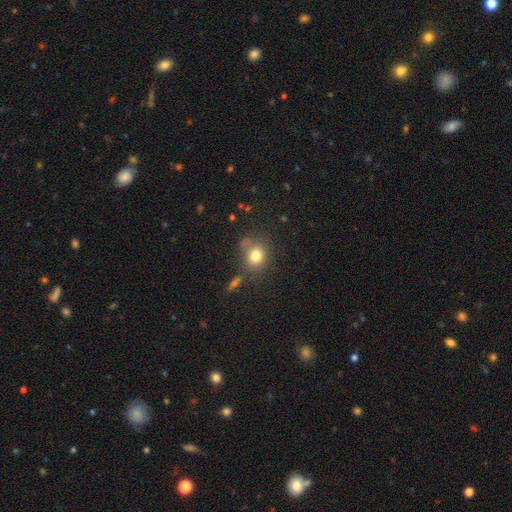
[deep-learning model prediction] Smooth or featured?
  - smooth: 80% *
  - star or artifact: 11%
  - featured or disk: 10%
How rounded?
  - round: 67% *
  - in between: 31%
  - cigar-shaped: 1%
Merging?
  - none: 62% *
  - minor disturbance: 18%
  - merger: 12%
  - major disturbance: 9%